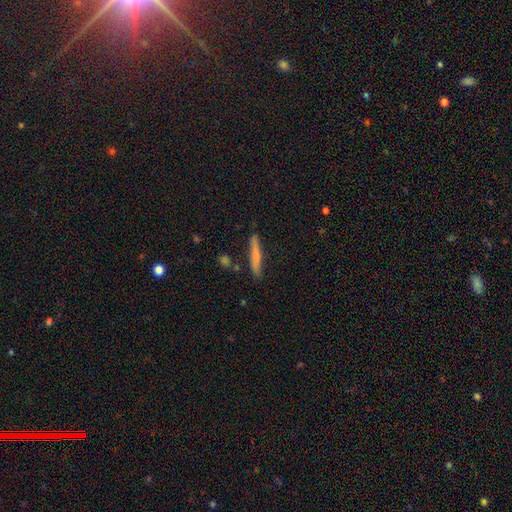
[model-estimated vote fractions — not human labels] The model was most divided on "smooth or featured": smooth: 64%, featured or disk: 30%, star or artifact: 6%. More confident: how rounded — cigar-shaped (94%); merging — none (86%).